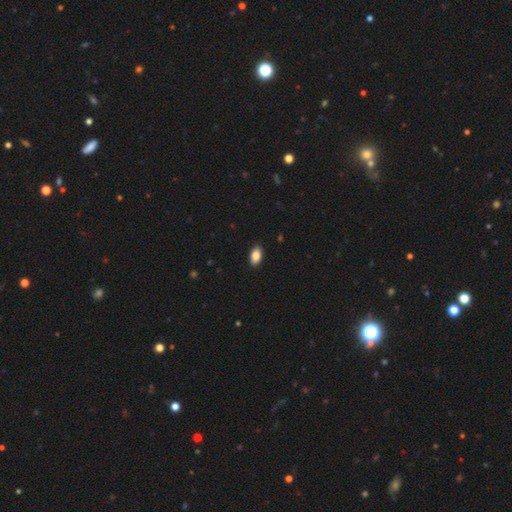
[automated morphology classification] smooth_or_featured: smooth (p=0.86) [alt: star or artifact p=0.07]
how_rounded: in between (p=0.93) [alt: round p=0.05]
merging: none (p=0.90) [alt: minor disturbance p=0.08]